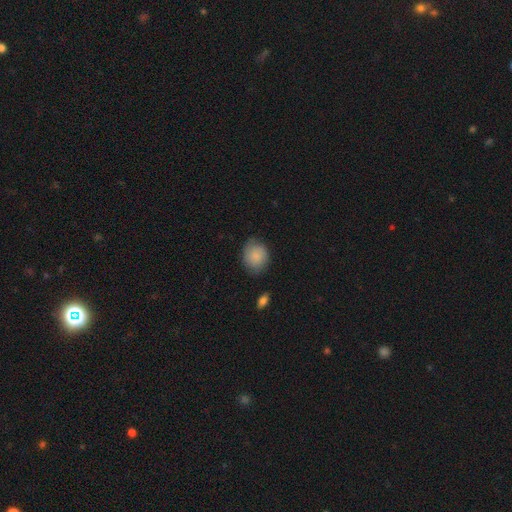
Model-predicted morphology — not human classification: type=smooth (84%); roundness=round (66%); merging=none (74%).